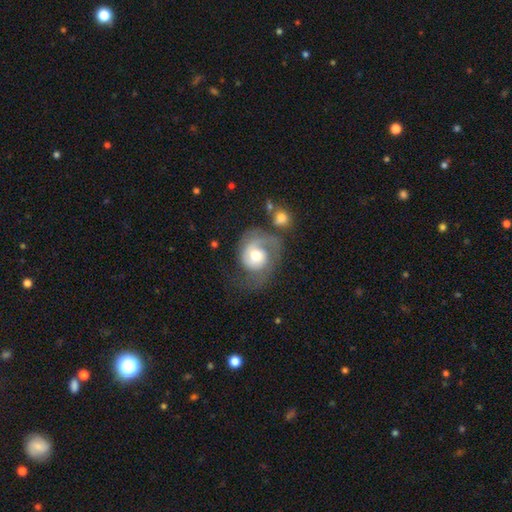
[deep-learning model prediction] Smooth or featured? Predicted: featured or disk (p=0.73). Edge-on disk? Predicted: no (p=0.98). Bar? Predicted: no (p=0.70). Spiral arms? Predicted: yes (p=0.90). Spiral winding? Predicted: medium (p=0.39, tied with tight). Spiral arm count? Predicted: 1 (p=0.54). Bulge size? Predicted: moderate (p=0.68). Merging? Predicted: none (p=0.38).